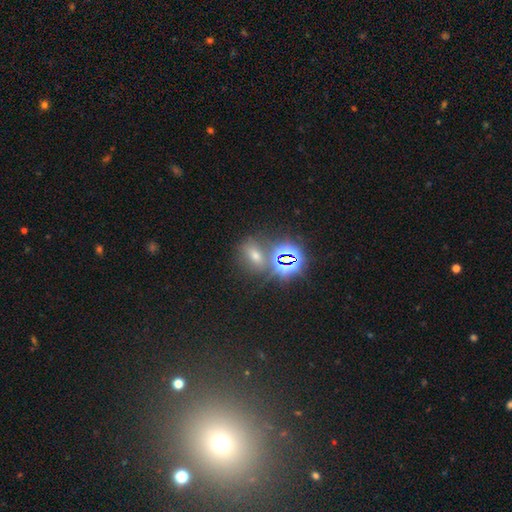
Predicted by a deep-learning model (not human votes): Morphology: type=star or artifact (54%).